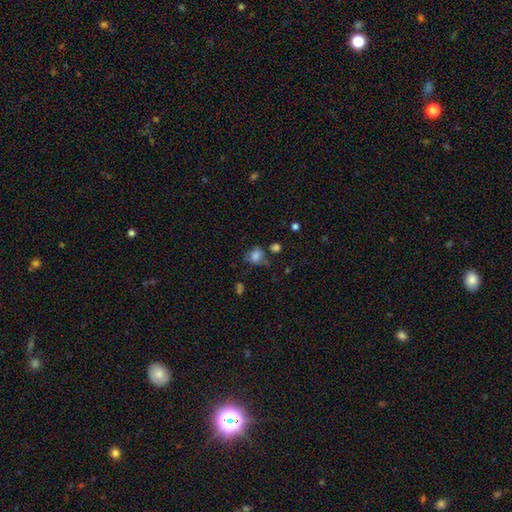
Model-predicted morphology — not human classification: A smooth galaxy with no disk features (78%) that is round (55%).

Vote fractions:
- Smooth or featured? smooth: 78% / star or artifact: 11% / featured or disk: 10%
- How rounded? round: 55% / in between: 44% / cigar-shaped: 1%
- Merging? none: 51% / minor disturbance: 26% / major disturbance: 12% / merger: 11%